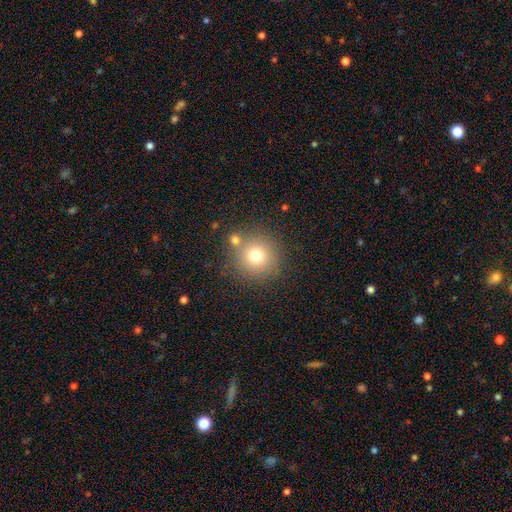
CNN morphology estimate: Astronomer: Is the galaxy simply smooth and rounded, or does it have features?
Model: smooth — 74%.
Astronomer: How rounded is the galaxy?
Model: round — 94%.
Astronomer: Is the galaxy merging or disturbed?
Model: none — 75%.